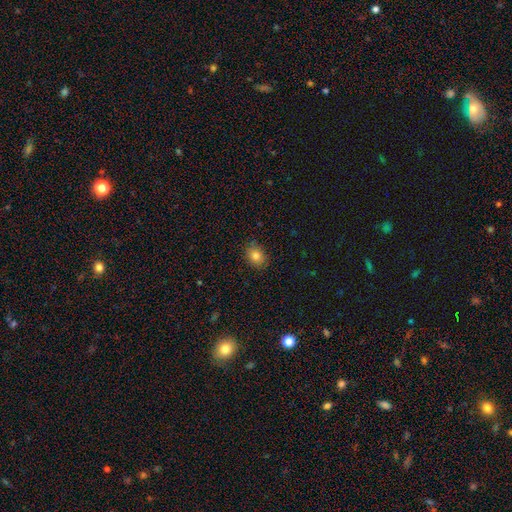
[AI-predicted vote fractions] Smooth or featured? smooth (82%)
How rounded? in between (56%)
Merging? none (86%)